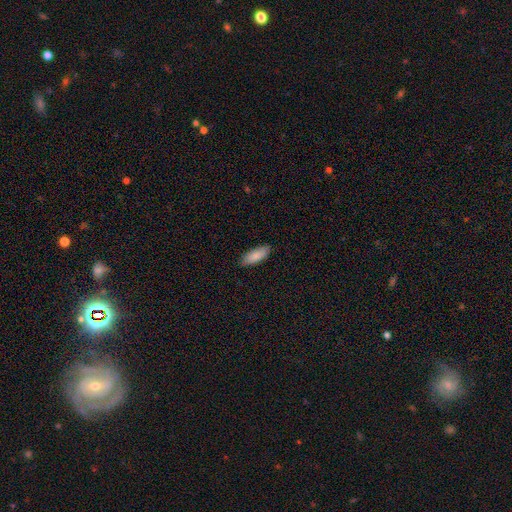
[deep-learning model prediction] A smooth galaxy with no disk features (85%) that is in between round and cigar-shaped (71%). Merging: none (87%).